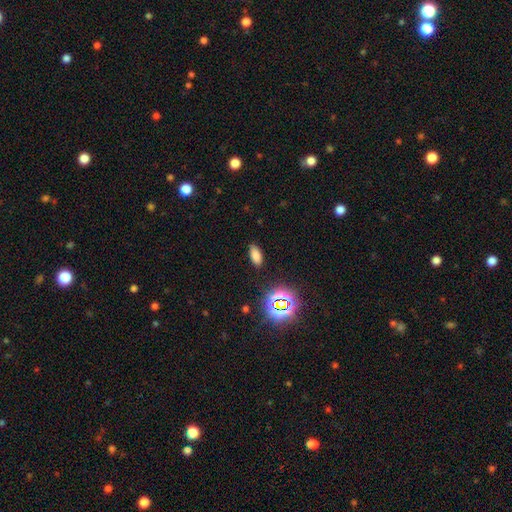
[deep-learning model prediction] Smooth or featured: smooth — 75% (star or artifact — 19%)
How rounded: in between — 85% (cigar-shaped — 10%)
Merging: none — 87% (minor disturbance — 9%)